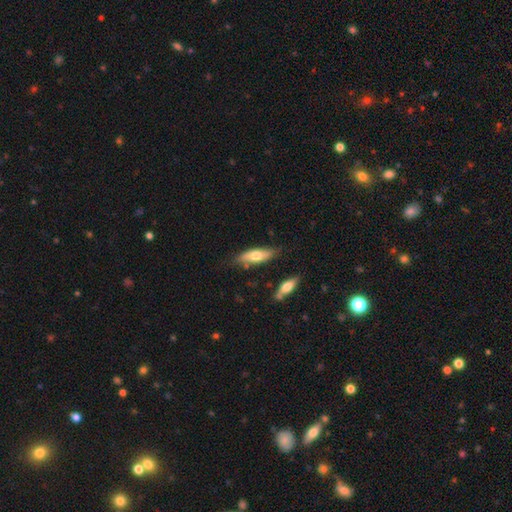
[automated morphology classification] A smooth galaxy with no disk features (62%) that is in between round and cigar-shaped (53%).

Vote fractions:
- Smooth or featured? smooth: 62% / featured or disk: 32% / star or artifact: 6%
- How rounded? in between: 53% / cigar-shaped: 44% / round: 2%
- Merging? none: 73% / minor disturbance: 19% / merger: 5% / major disturbance: 4%